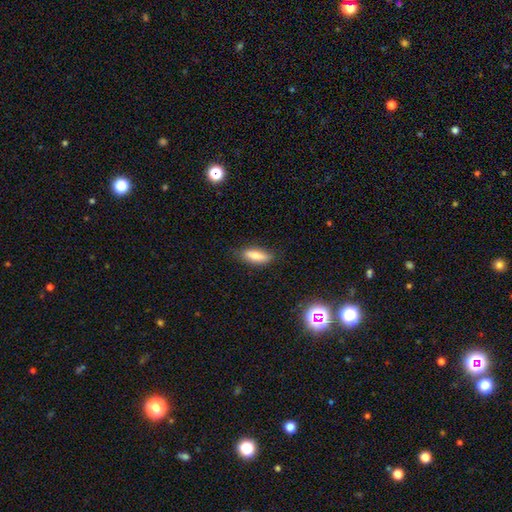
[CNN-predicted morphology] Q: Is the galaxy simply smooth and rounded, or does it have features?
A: smooth — 78%.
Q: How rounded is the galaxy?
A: in between — 58%.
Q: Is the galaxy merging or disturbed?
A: none — 80%.